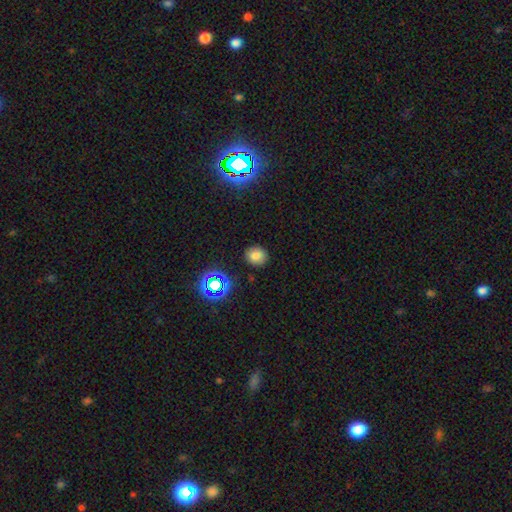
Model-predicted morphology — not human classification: A smooth galaxy with no disk features (74%) that is round (76%).

Vote fractions:
- Smooth or featured? smooth: 74% / star or artifact: 18% / featured or disk: 8%
- How rounded? round: 76% / in between: 23% / cigar-shaped: 1%
- Merging? none: 87% / minor disturbance: 9% / major disturbance: 2% / merger: 2%